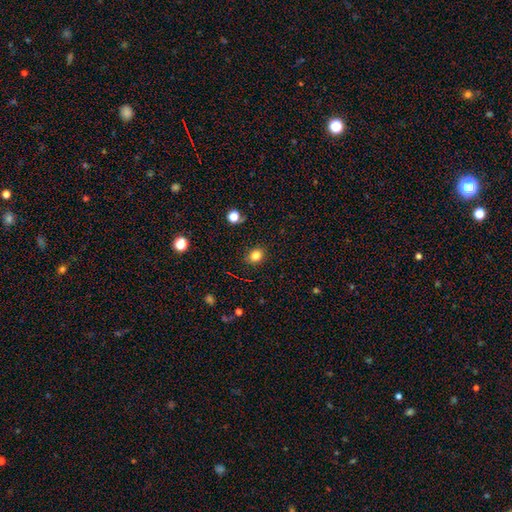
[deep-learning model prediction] Smooth or featured? smooth (82%)
How rounded? round (56%)
Merging? none (87%)